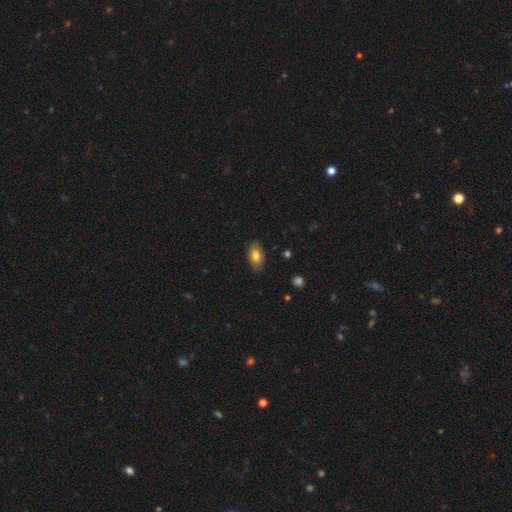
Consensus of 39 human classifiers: Smooth or featured? 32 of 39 (82%) said smooth. How rounded? 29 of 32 (91%) said in between. Merging? 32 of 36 (89%) said none.